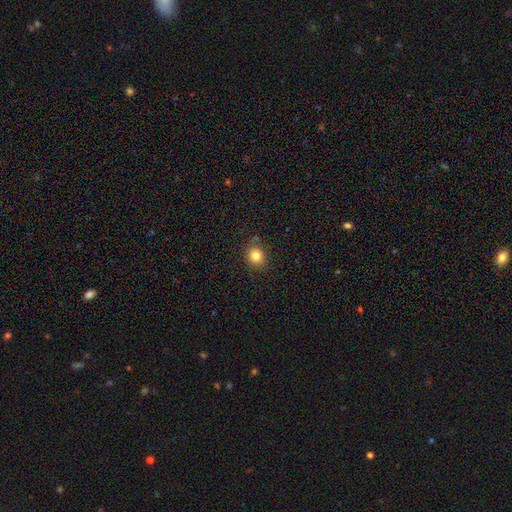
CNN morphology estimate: Smooth or featured: smooth — 82% (star or artifact — 12%)
How rounded: round — 78% (in between — 21%)
Merging: none — 83% (minor disturbance — 11%)